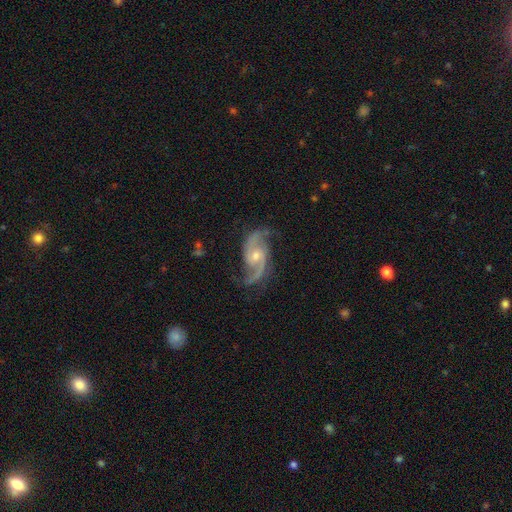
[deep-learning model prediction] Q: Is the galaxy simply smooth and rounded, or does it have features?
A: featured or disk — 91%.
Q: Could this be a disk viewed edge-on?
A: no — 97%.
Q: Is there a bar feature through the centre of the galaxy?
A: no — 56%.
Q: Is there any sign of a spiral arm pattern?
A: yes — 98%.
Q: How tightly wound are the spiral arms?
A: medium — 47%.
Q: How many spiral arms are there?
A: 2 — 92%.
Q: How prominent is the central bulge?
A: small — 50%.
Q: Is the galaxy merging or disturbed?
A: none — 74%.